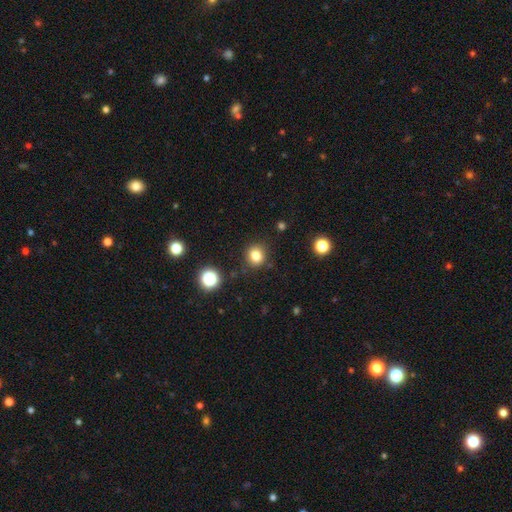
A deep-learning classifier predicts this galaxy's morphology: Overall: smooth (80%). How rounded: round (82%). Merging: none (86%).